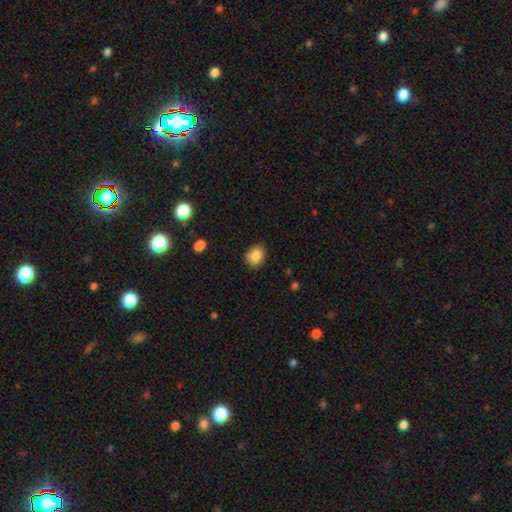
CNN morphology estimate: The model was most divided on "how rounded": round: 55%, in between: 44%, cigar-shaped: 1%. More confident: smooth or featured — smooth (85%); merging — none (84%).